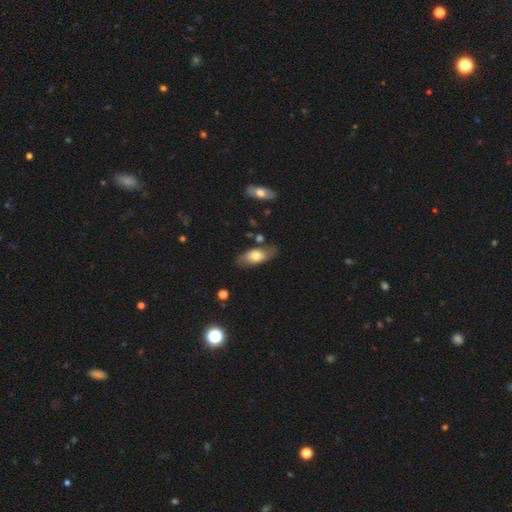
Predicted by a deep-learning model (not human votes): A smooth galaxy with no disk features (70%) that is in between round and cigar-shaped (87%). Merging: none (70%).